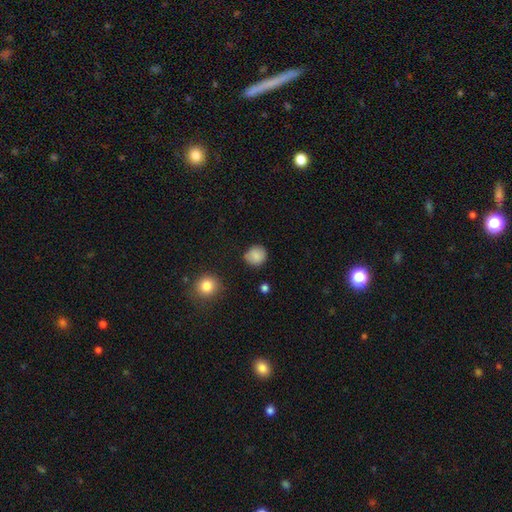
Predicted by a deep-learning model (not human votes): Overall: smooth (87%). How rounded: round (90%). Merging: none (85%).